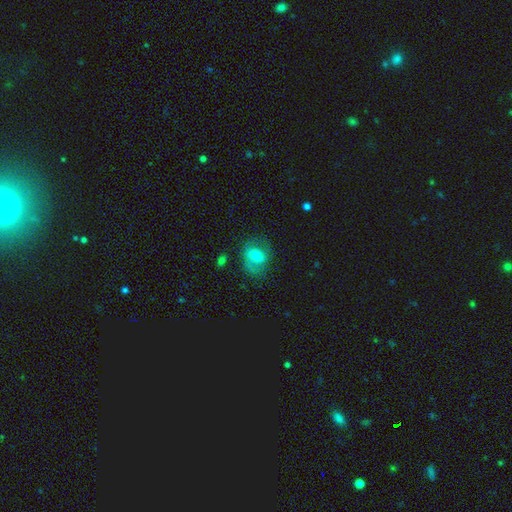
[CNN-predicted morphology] type=smooth (60%); roundness=round (51%); merging=none (63%).